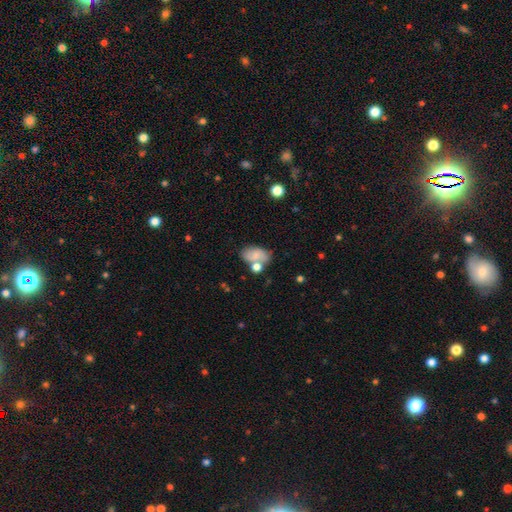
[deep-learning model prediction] smooth_or_featured: smooth (p=0.73) [alt: featured or disk p=0.18]
how_rounded: in between (p=0.87) [alt: round p=0.11]
merging: none (p=0.45) [alt: merger p=0.28]